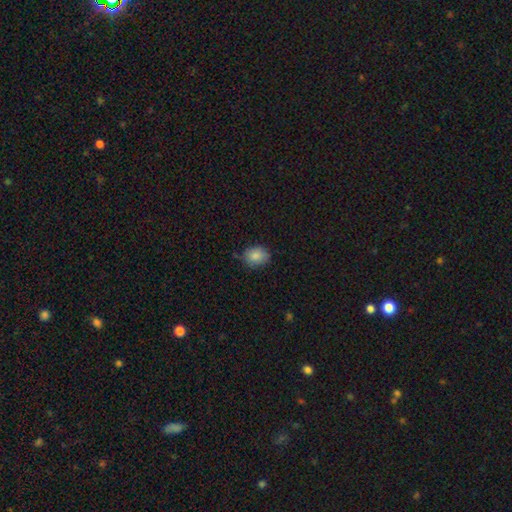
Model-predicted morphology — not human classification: This appears to be a smooth galaxy with no disk features (86%) that is in between round and cigar-shaped (58%). Merging: none (73%).